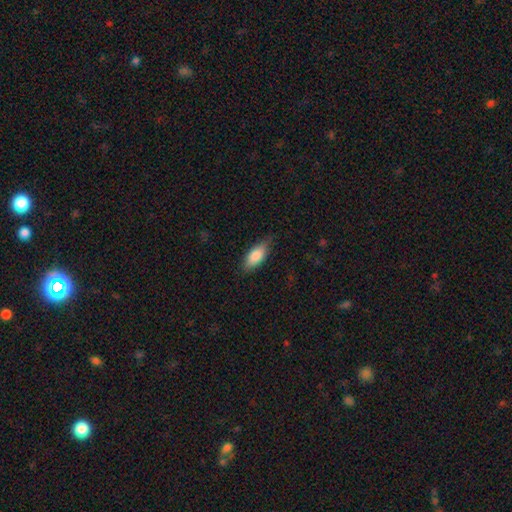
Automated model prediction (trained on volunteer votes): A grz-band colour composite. It shows a smooth galaxy with no disk features (82%) that is in between round and cigar-shaped (82%). Merging: none (78%).